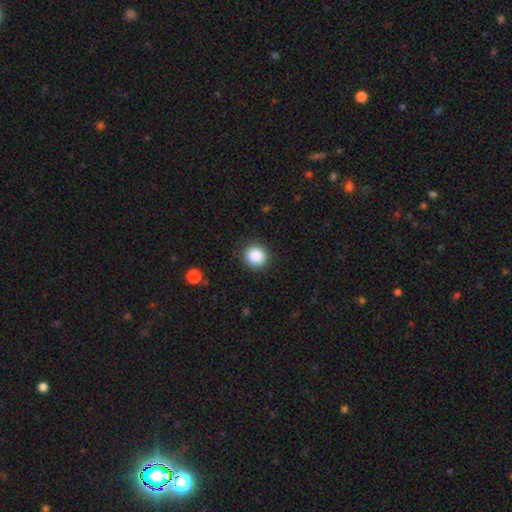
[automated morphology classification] This is clearly a smooth galaxy (87%). How rounded: clearly round (91%). Merging: clearly none (90%).